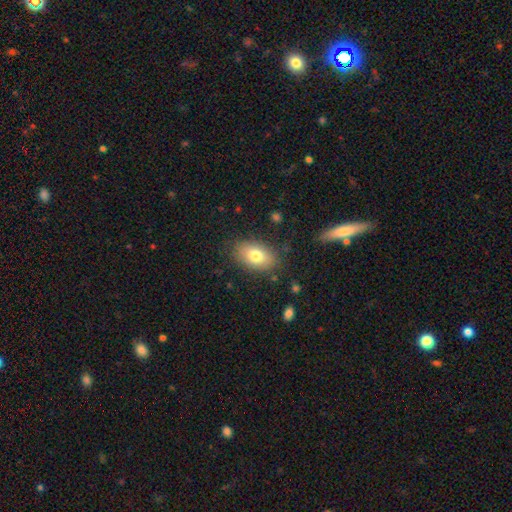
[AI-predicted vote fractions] smooth-or-featured: smooth: 78% | featured or disk: 15% | star or artifact: 8%
  how-rounded: in between: 90% | round: 8% | cigar-shaped: 2%
  merging: none: 83% | minor disturbance: 12% | major disturbance: 4% | merger: 1%